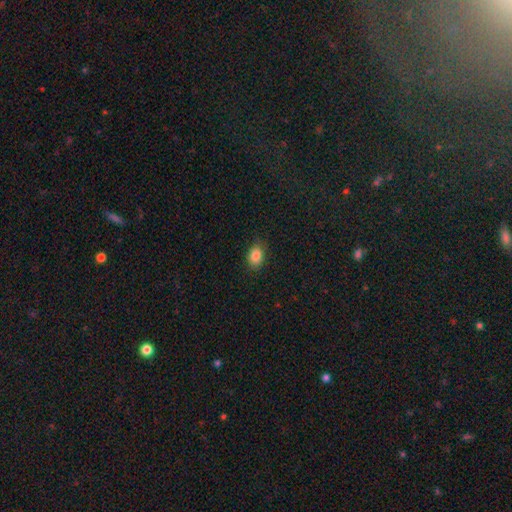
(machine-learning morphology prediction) Smooth or featured? smooth (85%)
How rounded? in between (78%)
Merging? none (83%)